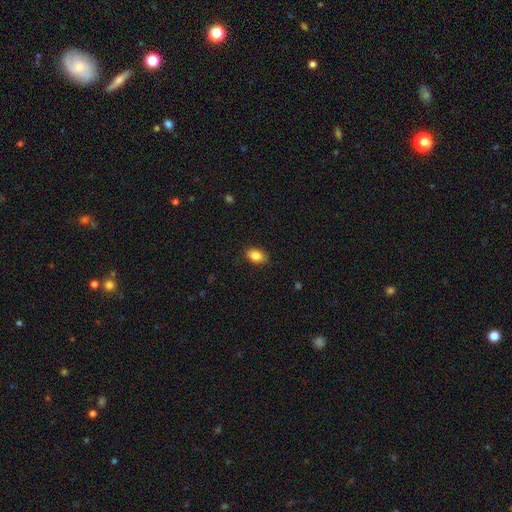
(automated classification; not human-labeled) Smooth or featured? Predicted: smooth (p=0.86). How rounded? Predicted: in between (p=0.86). Merging? Predicted: none (p=0.87).